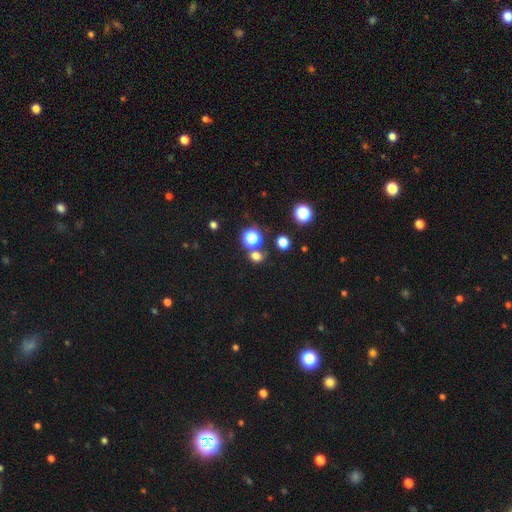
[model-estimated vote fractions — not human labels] A smooth galaxy with no disk features (68%) that is round (74%).

Vote fractions:
- Smooth or featured? smooth: 68% / star or artifact: 25% / featured or disk: 6%
- How rounded? round: 74% / in between: 24% / cigar-shaped: 1%
- Merging? none: 69% / merger: 17% / minor disturbance: 9% / major disturbance: 4%